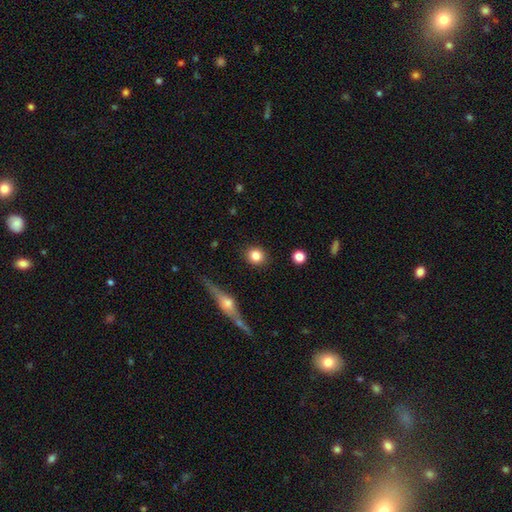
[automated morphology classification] Smooth or featured: smooth — 82% (star or artifact — 9%)
How rounded: round — 86% (in between — 13%)
Merging: none — 89% (minor disturbance — 6%)